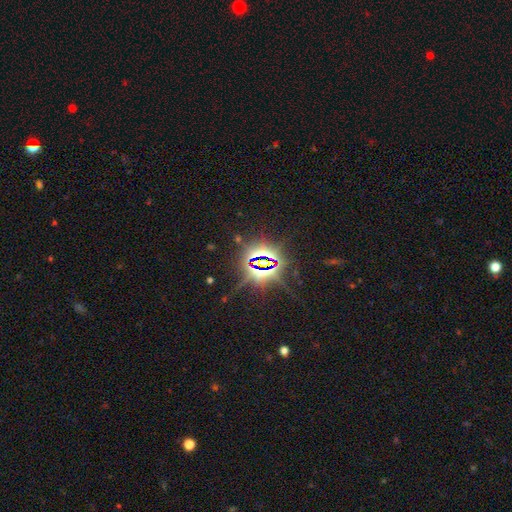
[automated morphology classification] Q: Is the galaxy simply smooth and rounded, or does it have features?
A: star or artifact — 85%.